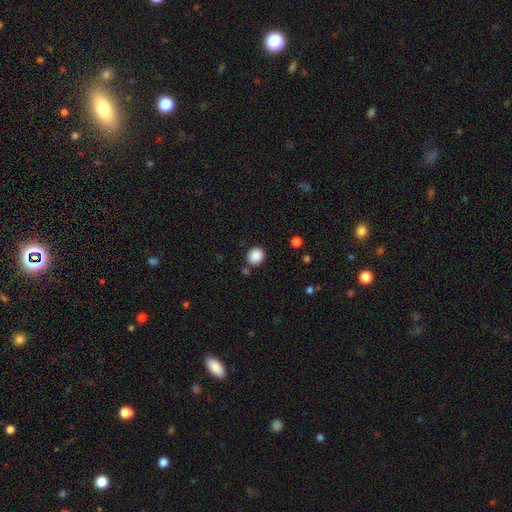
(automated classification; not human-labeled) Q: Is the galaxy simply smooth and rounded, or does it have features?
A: smooth — 88%.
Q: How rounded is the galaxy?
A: round — 77%.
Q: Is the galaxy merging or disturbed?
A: none — 83%.